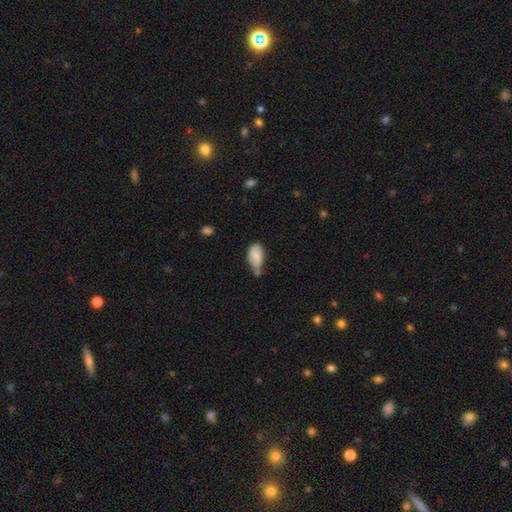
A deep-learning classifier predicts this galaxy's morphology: smooth 83%, featured or disk 9%, star or artifact 8%. Down the decision tree: how rounded — in between (92%); merging — minor disturbance (36%).